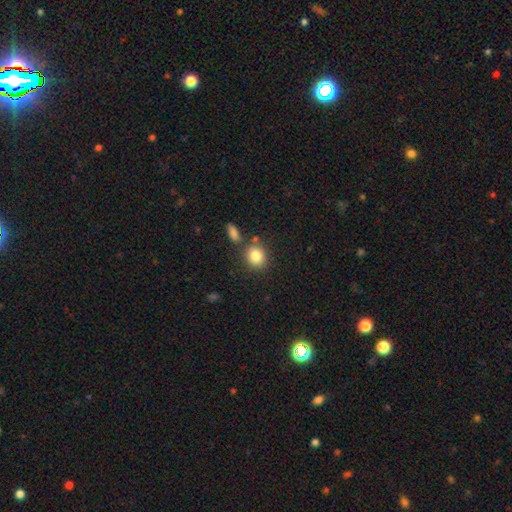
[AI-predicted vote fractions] The model was most divided on "how rounded": round: 73%, in between: 25%, cigar-shaped: 1%. More confident: smooth or featured — smooth (83%); merging — none (75%).